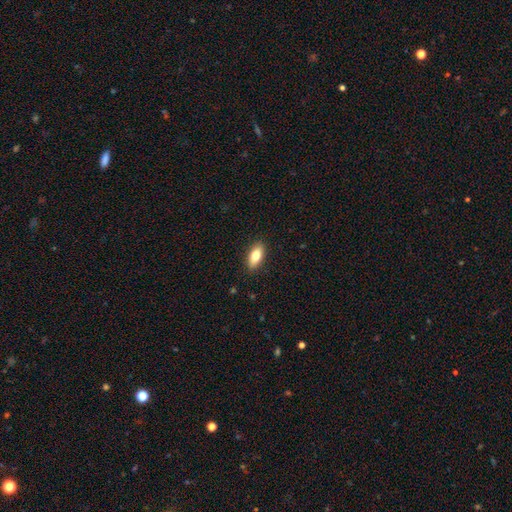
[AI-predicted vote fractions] This is likely a smooth galaxy (77%). How rounded: clearly in between (85%). Merging: clearly none (89%).